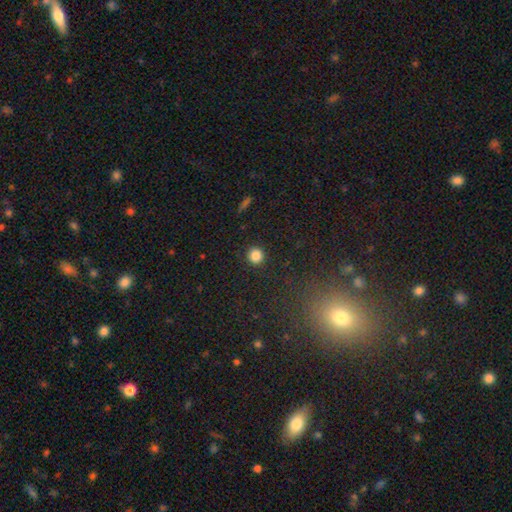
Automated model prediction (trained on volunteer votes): The model was most divided on "smooth or featured": smooth: 84%, star or artifact: 12%, featured or disk: 4%. More confident: how rounded — round (92%); merging — none (91%).